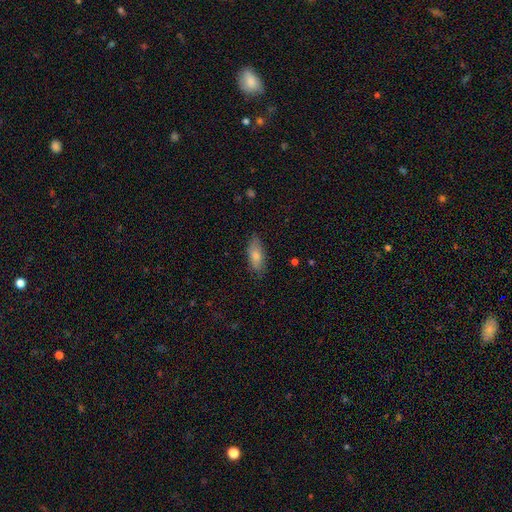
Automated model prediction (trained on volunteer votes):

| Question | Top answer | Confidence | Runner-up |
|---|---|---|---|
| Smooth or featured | smooth | 81% | featured or disk (13%) |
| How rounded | in between | 76% | cigar-shaped (21%) |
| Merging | none | 80% | minor disturbance (16%) |